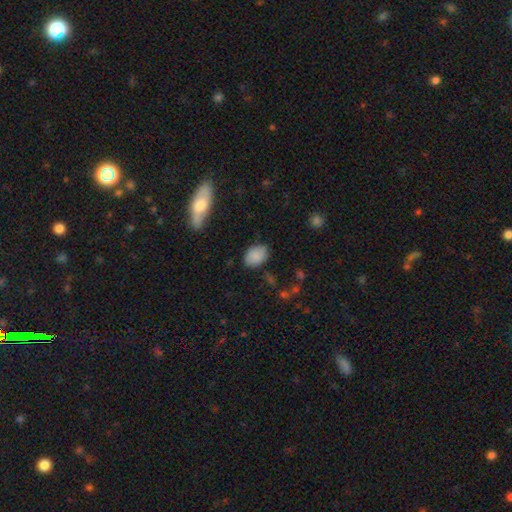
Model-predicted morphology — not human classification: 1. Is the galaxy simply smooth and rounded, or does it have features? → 85% smooth, 9% star or artifact, 6% featured or disk.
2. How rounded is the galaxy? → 81% in between, 18% round, 1% cigar-shaped.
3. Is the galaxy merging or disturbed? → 79% none, 16% minor disturbance, 3% major disturbance, 2% merger.